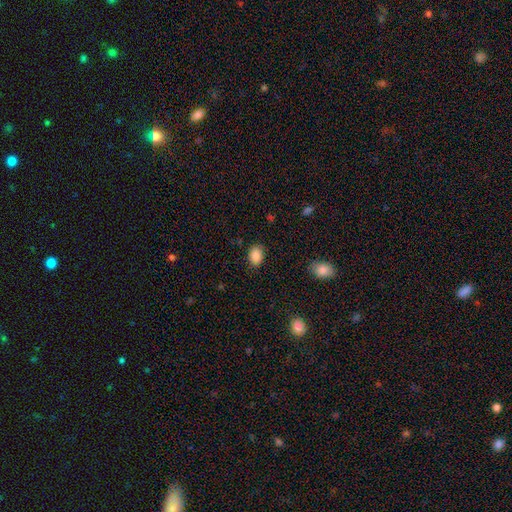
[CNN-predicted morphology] smooth_or_featured: smooth (p=0.88) [alt: star or artifact p=0.08]
how_rounded: in between (p=0.75) [alt: round p=0.24]
merging: none (p=0.83) [alt: minor disturbance p=0.13]